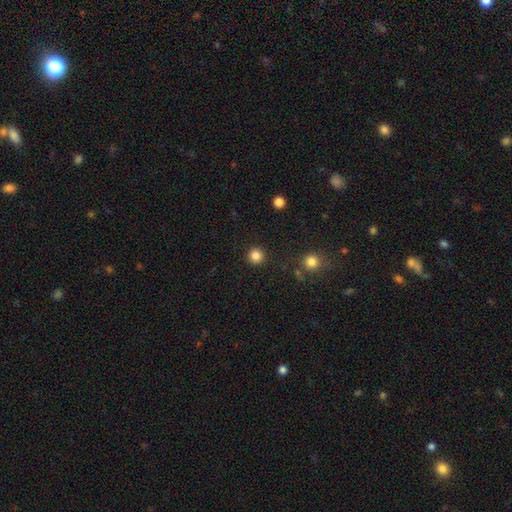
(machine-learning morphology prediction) Smooth or featured?
  - smooth: 85% *
  - star or artifact: 12%
  - featured or disk: 4%
How rounded?
  - round: 96% *
  - in between: 3%
  - cigar-shaped: 1%
Merging?
  - none: 92% *
  - minor disturbance: 5%
  - major disturbance: 2%
  - merger: 1%